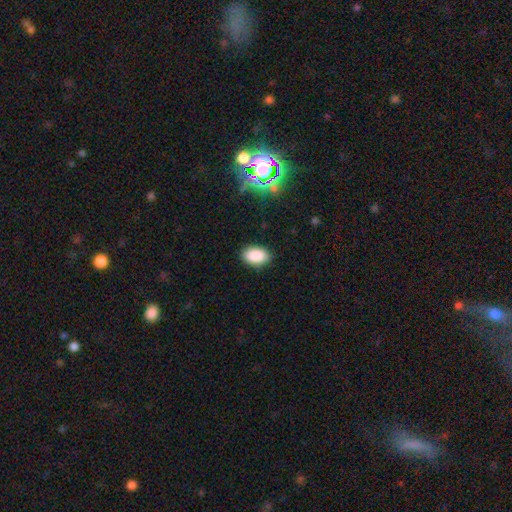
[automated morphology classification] smooth_or_featured: smooth (p=0.88) [alt: star or artifact p=0.08]
how_rounded: in between (p=0.91) [alt: round p=0.07]
merging: none (p=0.87) [alt: minor disturbance p=0.09]